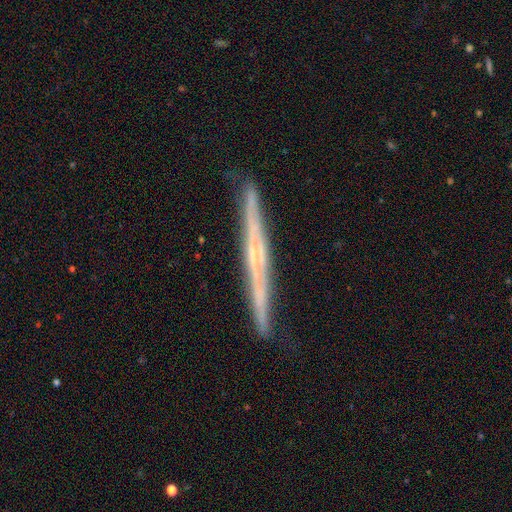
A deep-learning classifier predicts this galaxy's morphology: Smooth or featured? featured or disk (74%)
Edge-on disk? yes (97%)
Edge-on bulge? none (50%)
Merging? none (88%)